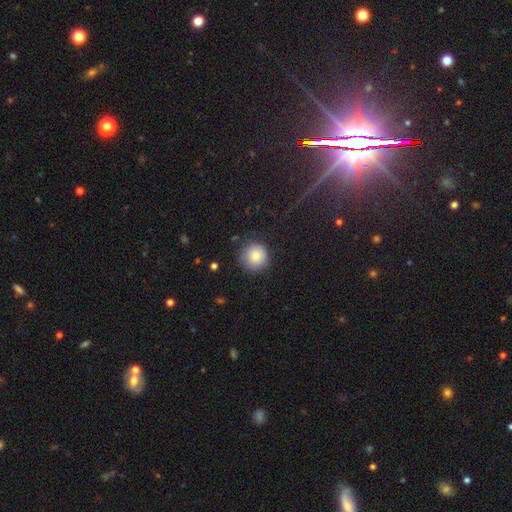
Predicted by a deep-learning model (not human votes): A smooth galaxy with no disk features (78%) that is round (95%). Merging: none (84%).